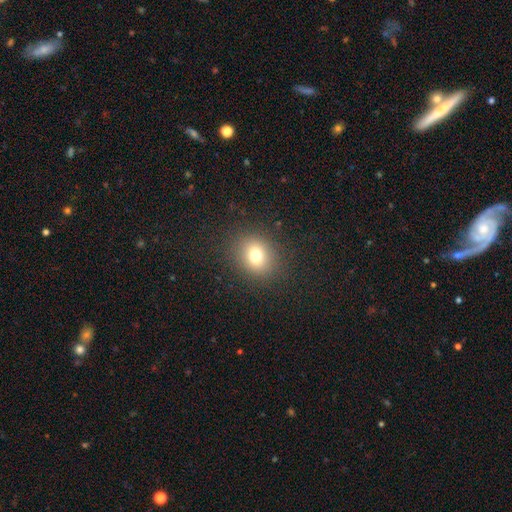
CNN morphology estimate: The model was most divided on "how rounded": round: 63%, in between: 36%, cigar-shaped: 1%. More confident: merging — none (87%); smooth or featured — smooth (76%).